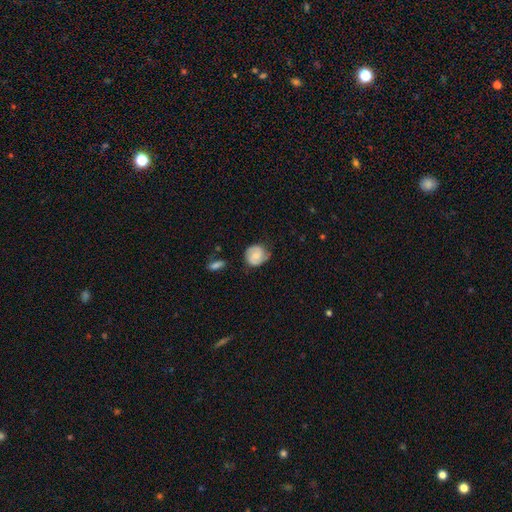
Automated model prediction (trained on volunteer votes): Smooth or featured? featured or disk (49%)
Merging? none (64%)